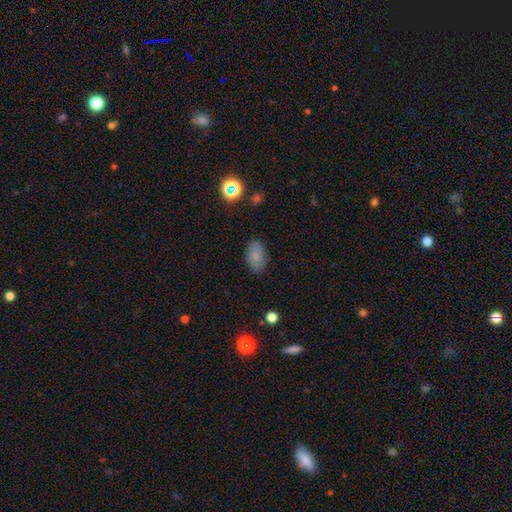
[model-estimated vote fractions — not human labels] Smooth or featured? Predicted: smooth (p=0.80). How rounded? Predicted: in between (p=0.91). Merging? Predicted: none (p=0.83).